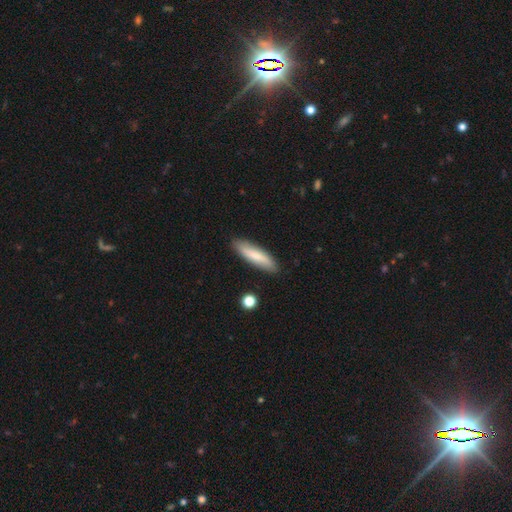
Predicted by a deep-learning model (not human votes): Smooth or featured? Predicted: smooth (p=0.73). How rounded? Predicted: cigar-shaped (p=0.73). Merging? Predicted: none (p=0.86).